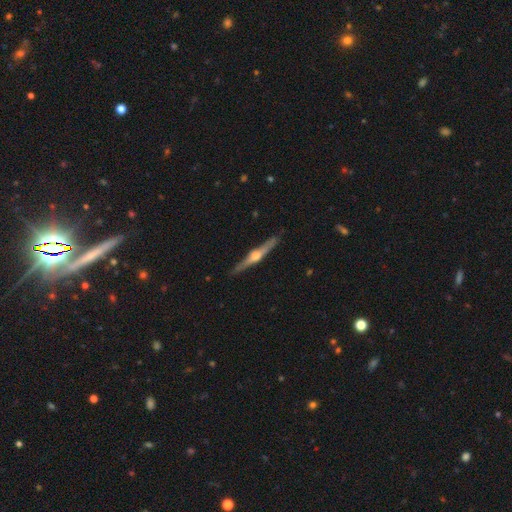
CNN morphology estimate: A featured or disk galaxy (81%) viewed edge-on (98%) with a rounded central bulge (92%).

Vote fractions:
- Smooth or featured? featured or disk: 81% / smooth: 14% / star or artifact: 5%
- Edge-on disk? yes: 98% / no: 2%
- Edge-on bulge? rounded: 92% / boxy: 5% / none: 3%
- Merging? none: 90% / minor disturbance: 7% / major disturbance: 1% / merger: 1%